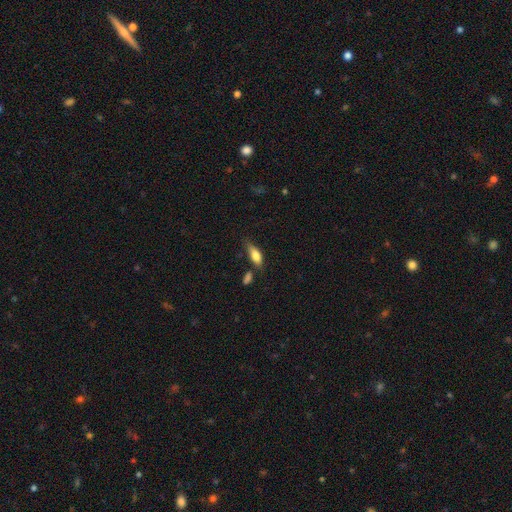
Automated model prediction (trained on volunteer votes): Smooth or featured: smooth — 72% (featured or disk — 21%)
How rounded: in between — 67% (cigar-shaped — 30%)
Merging: none — 58% (minor disturbance — 26%)